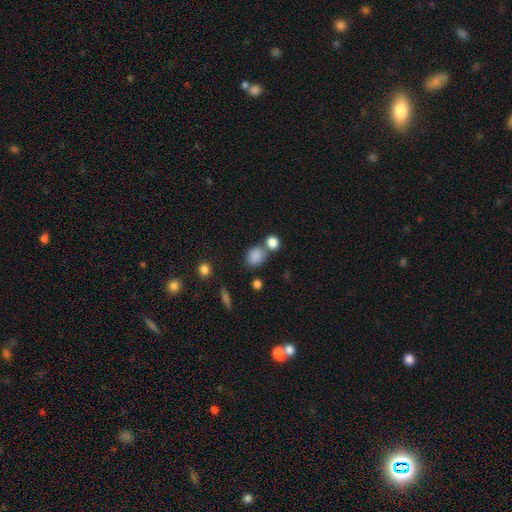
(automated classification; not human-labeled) A smooth galaxy with no disk features (84%) that is in between round and cigar-shaped (55%). Merging: none (51%).